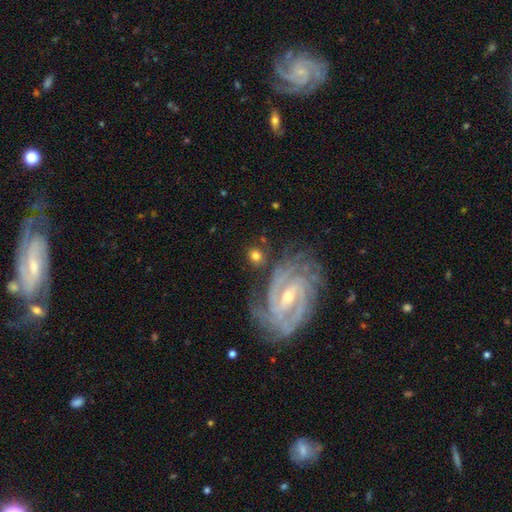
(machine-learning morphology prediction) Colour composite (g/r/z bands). It shows a featured or disk galaxy (49%). Merging: none (76%).